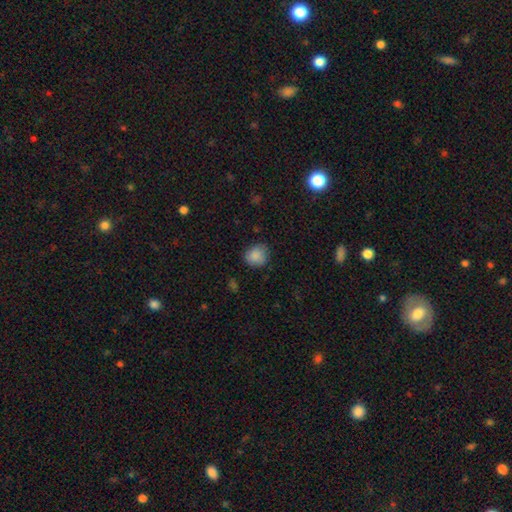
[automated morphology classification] type=smooth (86%); roundness=round (81%); merging=none (79%).